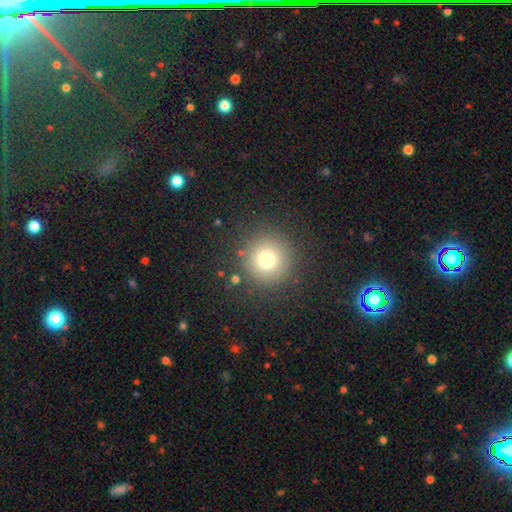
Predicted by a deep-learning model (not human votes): A smooth galaxy with no disk features (74%) that is round (95%). Merging: none (89%).